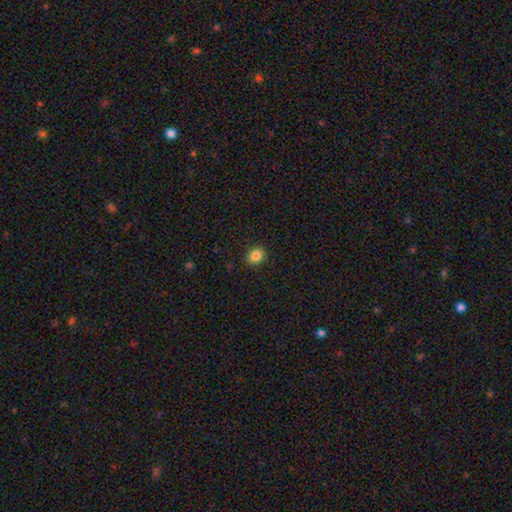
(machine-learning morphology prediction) This is clearly a smooth galaxy (85%). How rounded: likely round (63%). Merging: clearly none (91%).